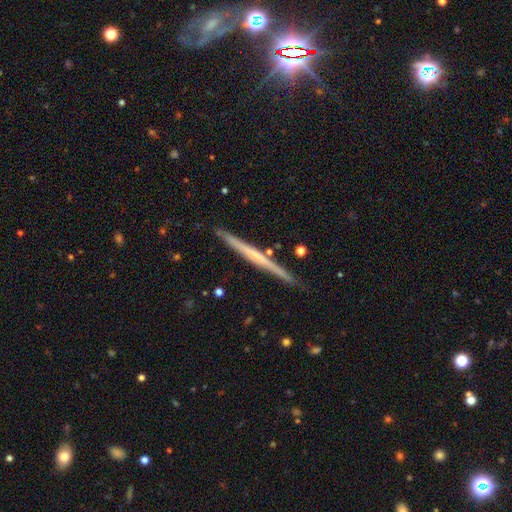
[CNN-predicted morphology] Smooth or featured? featured or disk (63%)
Edge-on disk? yes (98%)
Edge-on bulge? none (74%)
Merging? none (89%)